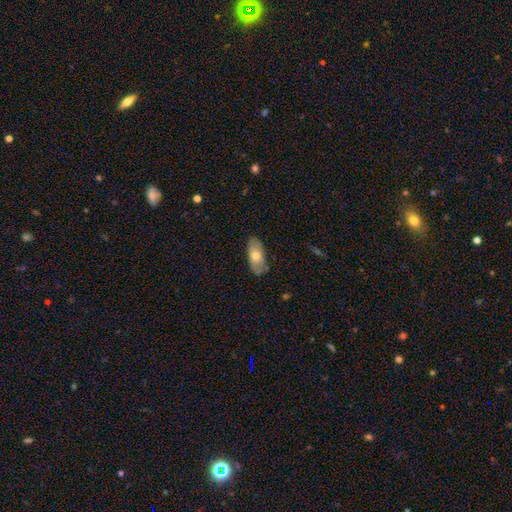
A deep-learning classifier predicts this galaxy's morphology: smooth_or_featured: smooth (p=0.65) [alt: featured or disk p=0.29]
how_rounded: in between (p=0.89) [alt: cigar-shaped p=0.08]
merging: none (p=0.77) [alt: minor disturbance p=0.18]